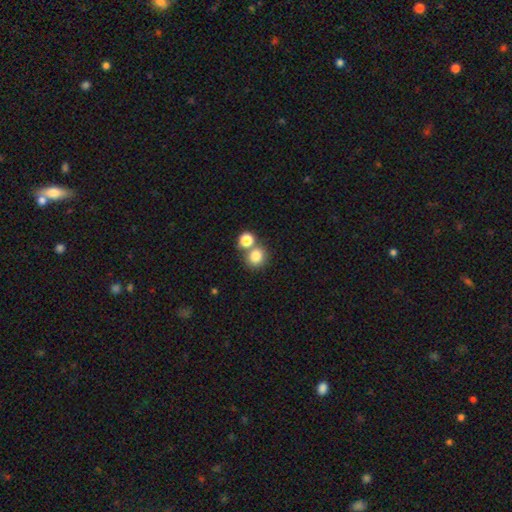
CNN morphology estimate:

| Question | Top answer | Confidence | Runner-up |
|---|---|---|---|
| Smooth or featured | smooth | 81% | star or artifact (12%) |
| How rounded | round | 85% | in between (14%) |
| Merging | none | 59% | merger (31%) |